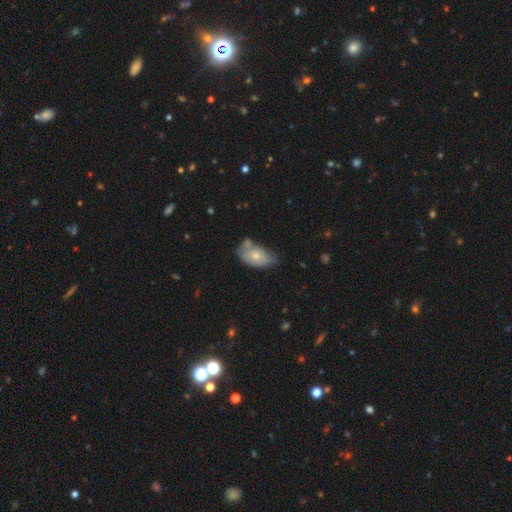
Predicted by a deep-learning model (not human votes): Overall: smooth (68%). How rounded: in between (90%). Merging: none (40%; minor disturbance 37%).